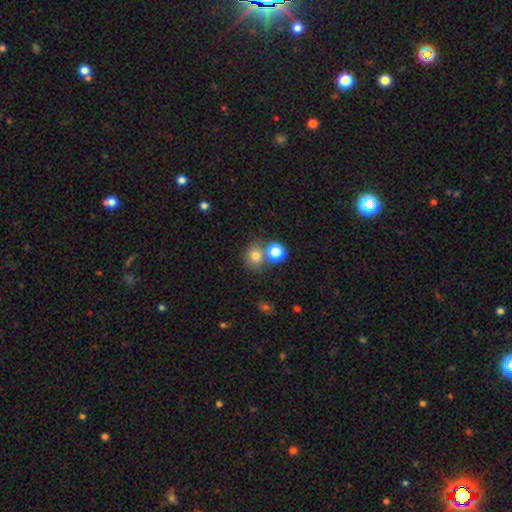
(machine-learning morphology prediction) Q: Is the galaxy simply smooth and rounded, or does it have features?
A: smooth — 76%.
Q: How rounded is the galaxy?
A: round — 73%.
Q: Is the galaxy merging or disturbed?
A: none — 62%.